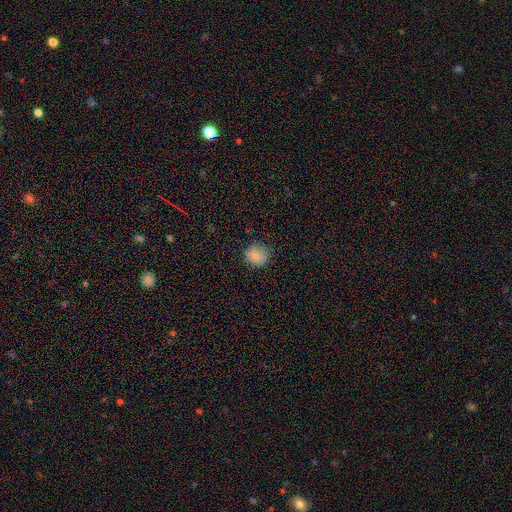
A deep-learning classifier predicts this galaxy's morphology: smooth_or_featured: smooth (p=0.84) [alt: star or artifact p=0.10]
how_rounded: round (p=0.79) [alt: in between p=0.20]
merging: none (p=0.74) [alt: minor disturbance p=0.20]